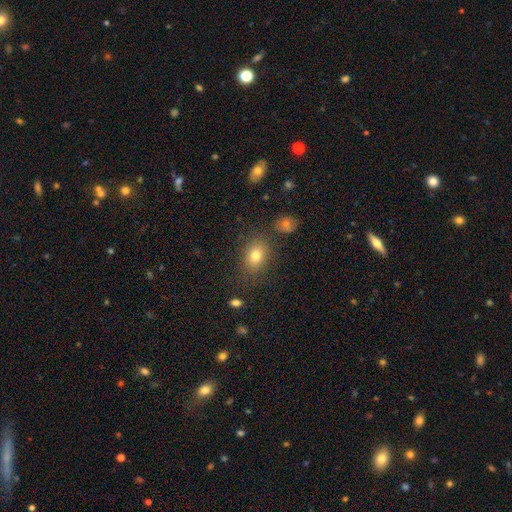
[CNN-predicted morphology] This appears to be a smooth galaxy with no disk features (79%) that is in between round and cigar-shaped (68%). Merging: none (79%).